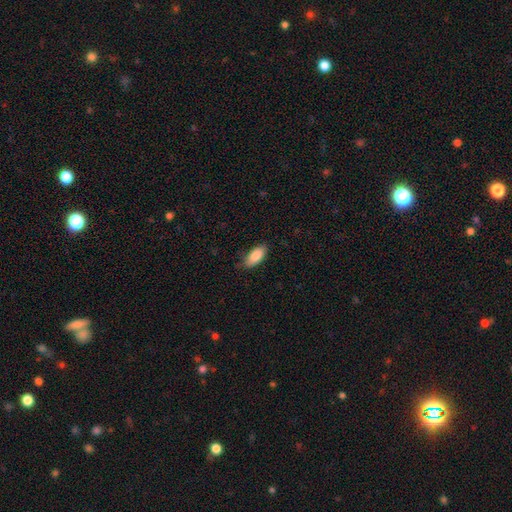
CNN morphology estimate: Overall: smooth (87%). How rounded: in between (88%). Merging: none (80%).